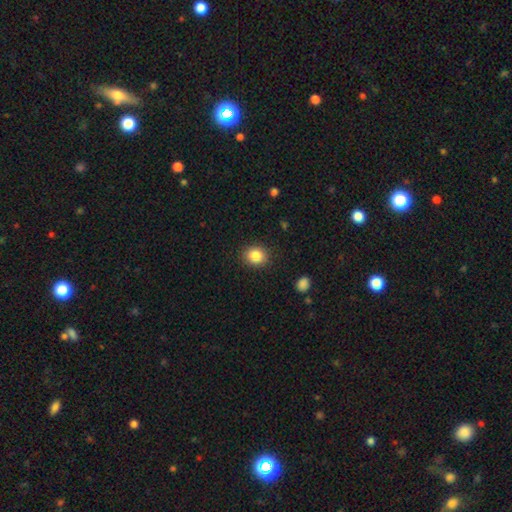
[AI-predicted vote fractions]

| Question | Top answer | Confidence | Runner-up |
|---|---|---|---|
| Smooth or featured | smooth | 85% | star or artifact (10%) |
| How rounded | round | 77% | in between (23%) |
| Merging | none | 89% | minor disturbance (7%) |